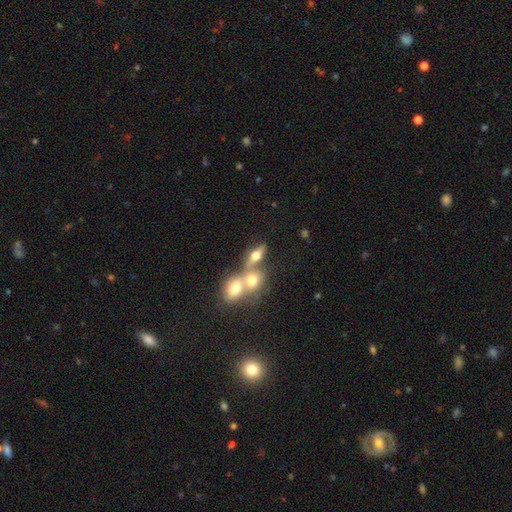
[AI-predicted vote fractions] A smooth galaxy with no disk features (52%) that is in between round and cigar-shaped (59%).

Vote fractions:
- Smooth or featured? smooth: 52% / featured or disk: 35% / star or artifact: 13%
- How rounded? in between: 59% / round: 25% / cigar-shaped: 16%
- Merging? merger: 48% / none: 37% / minor disturbance: 9% / major disturbance: 5%